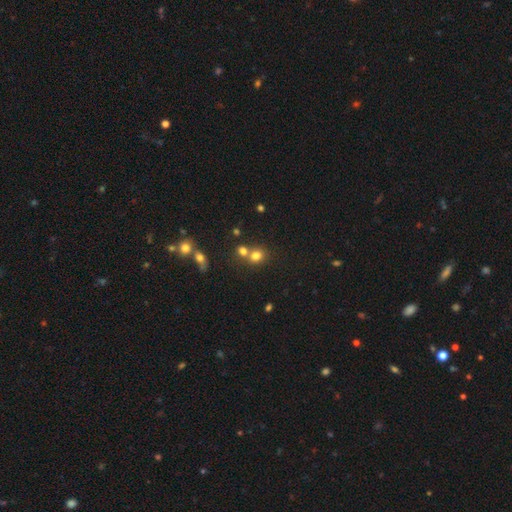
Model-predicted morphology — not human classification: Smooth or featured? smooth (75%)
How rounded? round (78%)
Merging? none (50%)